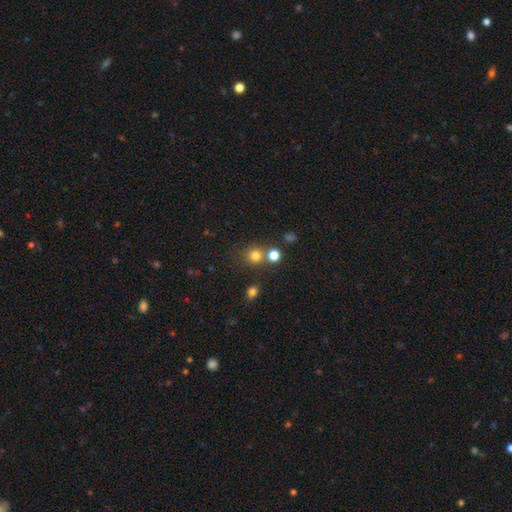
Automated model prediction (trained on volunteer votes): smooth_or_featured: smooth (p=0.77) [alt: star or artifact p=0.16]
how_rounded: round (p=0.88) [alt: in between p=0.11]
merging: none (p=0.65) [alt: merger p=0.21]